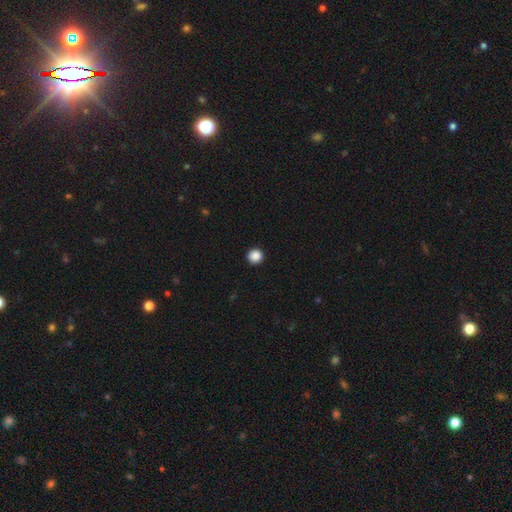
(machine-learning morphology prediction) Overall: smooth (88%). How rounded: round (95%). Merging: none (94%).